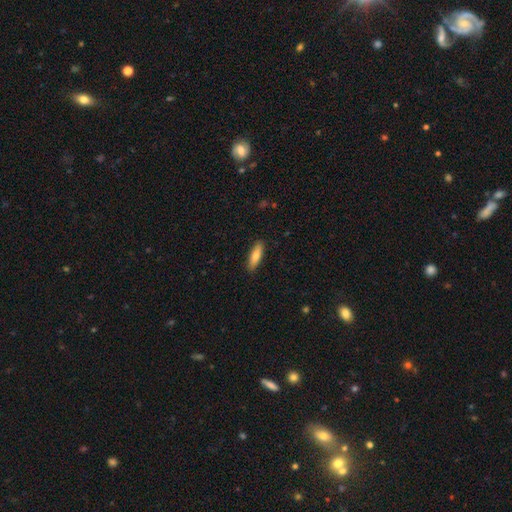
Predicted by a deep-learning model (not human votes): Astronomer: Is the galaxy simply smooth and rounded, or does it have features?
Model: smooth — 77%.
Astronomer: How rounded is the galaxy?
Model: cigar-shaped — 57% (runner-up: in between, 41%).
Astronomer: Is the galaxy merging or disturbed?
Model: none — 89%.